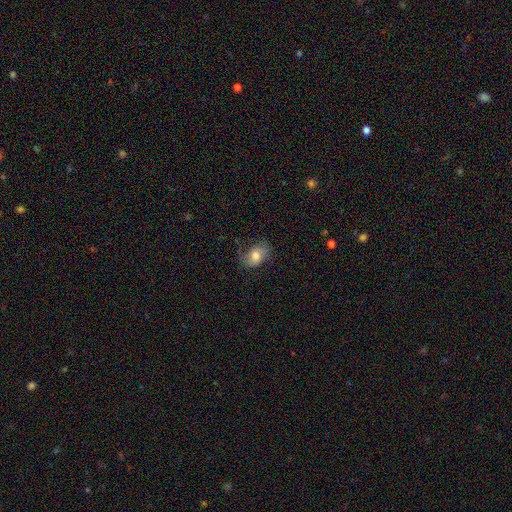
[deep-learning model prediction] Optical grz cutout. It shows a smooth galaxy with no disk features (60%) that is in between round and cigar-shaped (80%). Merging: none (57%).